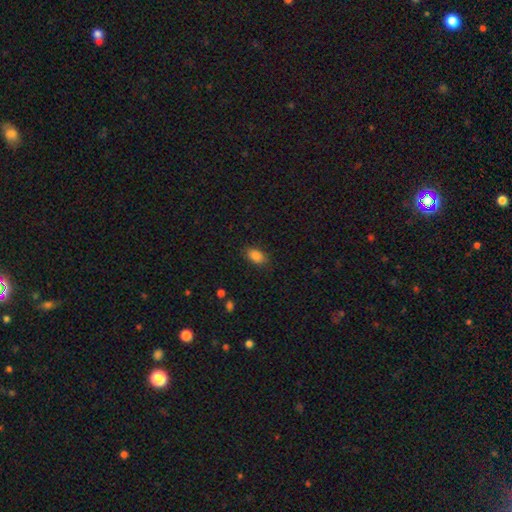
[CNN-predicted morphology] smooth 87%, star or artifact 8%, featured or disk 5%. Down the decision tree: how rounded — in between (89%); merging — none (83%).